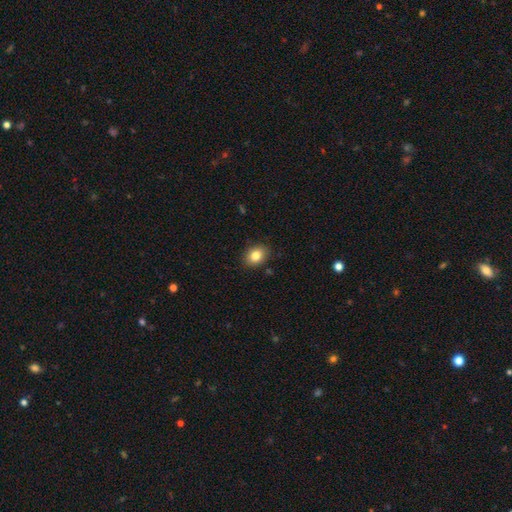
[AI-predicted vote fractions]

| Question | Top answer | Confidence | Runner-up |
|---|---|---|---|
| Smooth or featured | smooth | 82% | star or artifact (9%) |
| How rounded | in between | 62% | round (37%) |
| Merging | none | 88% | minor disturbance (9%) |